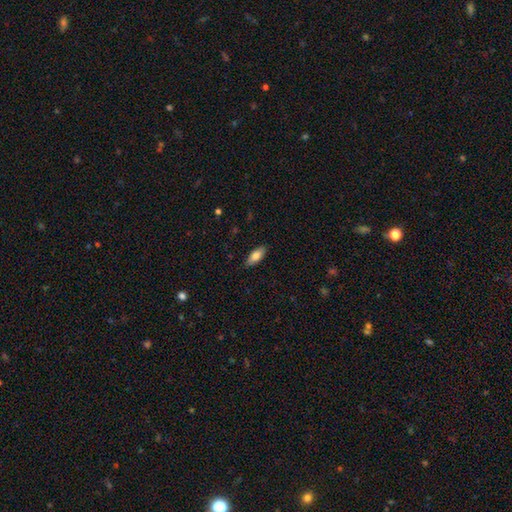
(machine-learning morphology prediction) type=smooth (80%); roundness=in between (82%); merging=none (86%).